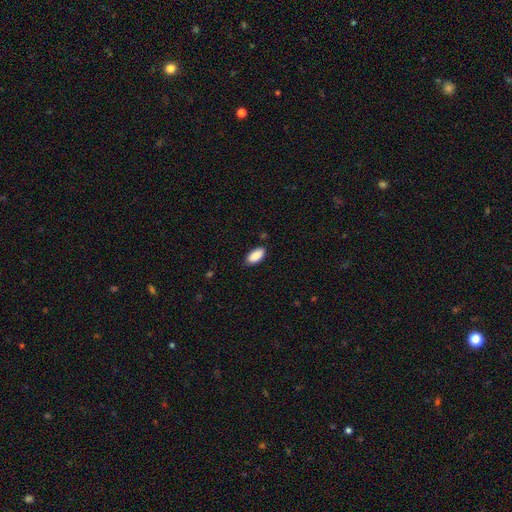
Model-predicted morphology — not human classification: smooth 90%, star or artifact 6%, featured or disk 4%. Down the decision tree: how rounded — in between (92%); merging — none (83%).